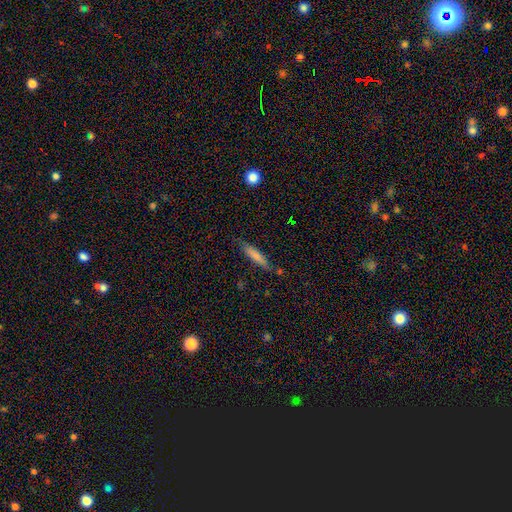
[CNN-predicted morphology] Smooth or featured?
  - smooth: 75% *
  - featured or disk: 19%
  - star or artifact: 7%
How rounded?
  - cigar-shaped: 87% *
  - in between: 12%
  - round: 1%
Merging?
  - none: 77% *
  - minor disturbance: 17%
  - major disturbance: 3%
  - merger: 3%